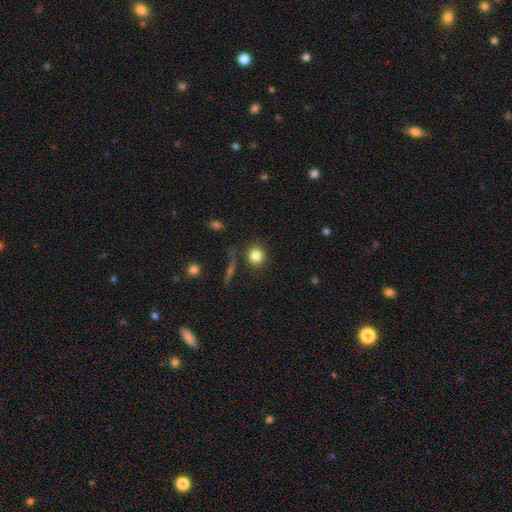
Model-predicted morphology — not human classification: smooth-or-featured: smooth: 83% | star or artifact: 10% | featured or disk: 7%
  how-rounded: round: 87% | in between: 12% | cigar-shaped: 1%
  merging: none: 84% | minor disturbance: 9% | merger: 4% | major disturbance: 3%